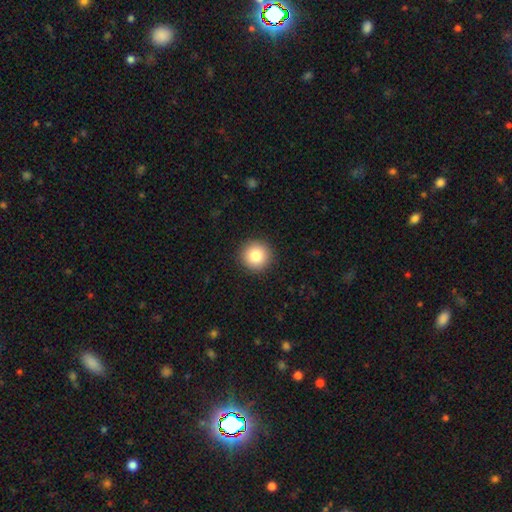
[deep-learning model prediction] This is clearly a smooth galaxy (83%). How rounded: clearly round (95%). Merging: clearly none (92%).